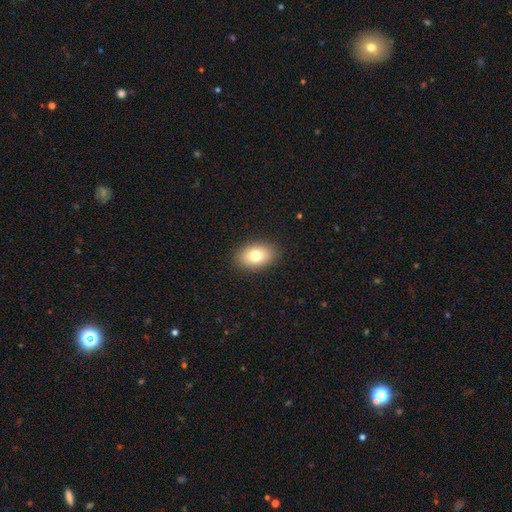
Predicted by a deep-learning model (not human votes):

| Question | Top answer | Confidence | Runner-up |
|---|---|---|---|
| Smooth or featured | smooth | 77% | featured or disk (14%) |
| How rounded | in between | 86% | round (13%) |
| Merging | none | 89% | minor disturbance (8%) |